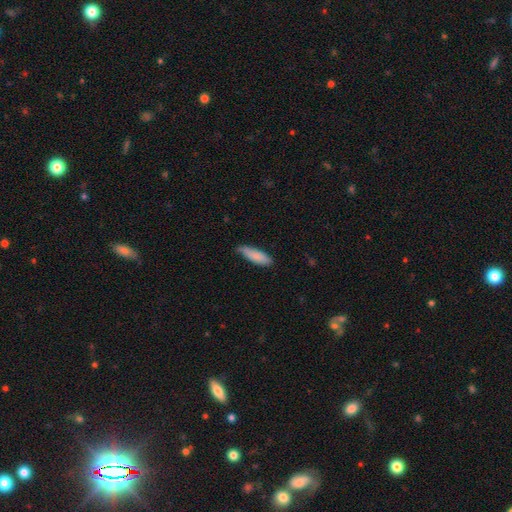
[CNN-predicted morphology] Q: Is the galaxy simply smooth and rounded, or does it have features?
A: smooth — 85%.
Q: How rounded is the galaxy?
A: cigar-shaped — 52%.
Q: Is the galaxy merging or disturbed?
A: none — 68%.